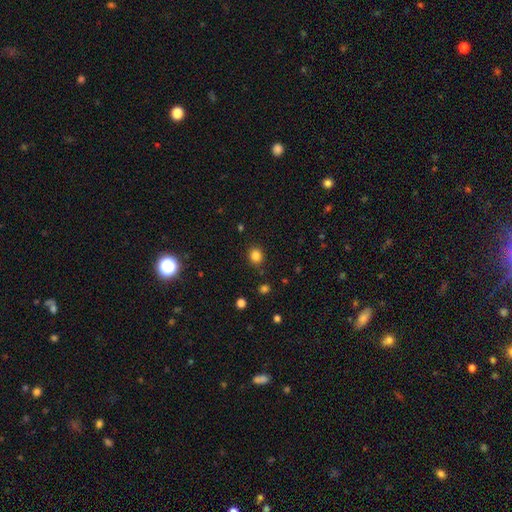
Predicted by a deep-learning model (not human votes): Smooth or featured?
  - smooth: 84% *
  - star or artifact: 12%
  - featured or disk: 4%
How rounded?
  - round: 71% *
  - in between: 28%
  - cigar-shaped: 1%
Merging?
  - none: 87% *
  - minor disturbance: 8%
  - major disturbance: 3%
  - merger: 2%